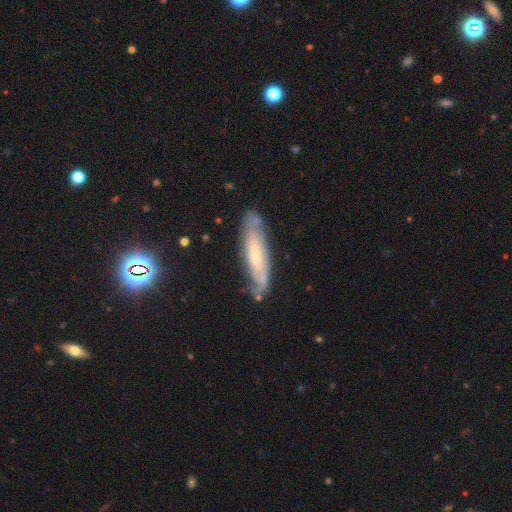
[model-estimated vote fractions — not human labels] Q: Smooth or featured?
A: featured or disk (64%); runner-up: smooth (28%)
Q: Edge-on disk?
A: no (62%); runner-up: yes (38%)
Q: Merging?
A: none (72%); runner-up: minor disturbance (20%)